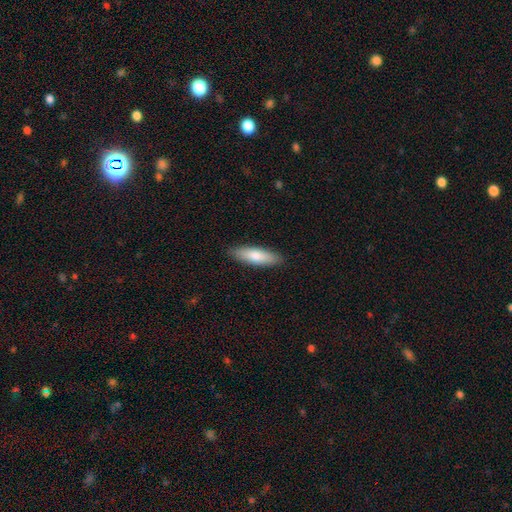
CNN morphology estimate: Smooth or featured? Predicted: smooth (p=0.78). How rounded? Predicted: cigar-shaped (p=0.55). Merging? Predicted: none (p=0.89).